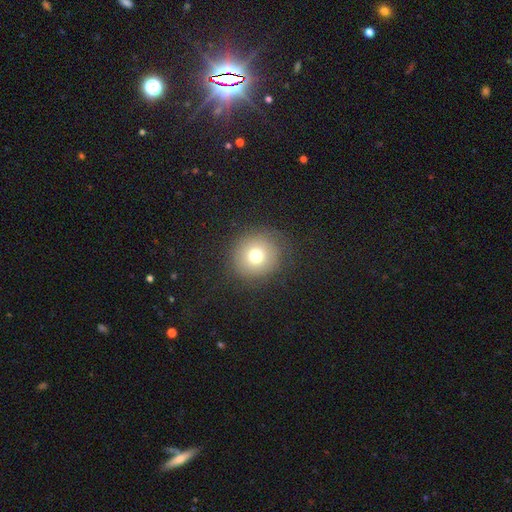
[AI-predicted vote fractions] smooth_or_featured: smooth (p=0.74) [alt: star or artifact p=0.14]
how_rounded: round (p=0.91) [alt: in between p=0.08]
merging: none (p=0.84) [alt: minor disturbance p=0.10]